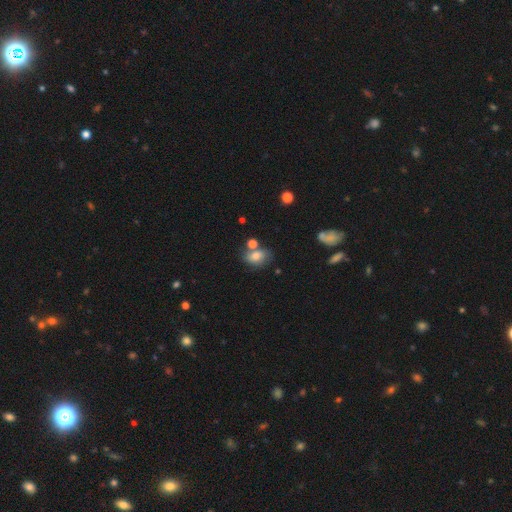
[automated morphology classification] smooth_or_featured: smooth (p=0.73) [alt: featured or disk p=0.16]
how_rounded: in between (p=0.74) [alt: round p=0.25]
merging: none (p=0.54) [alt: minor disturbance p=0.20]